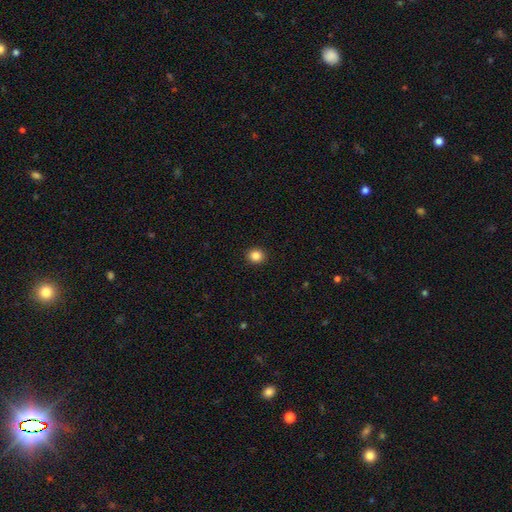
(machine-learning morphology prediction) smooth 86%, star or artifact 11%, featured or disk 4%. Down the decision tree: how rounded — round (80%); merging — none (92%).